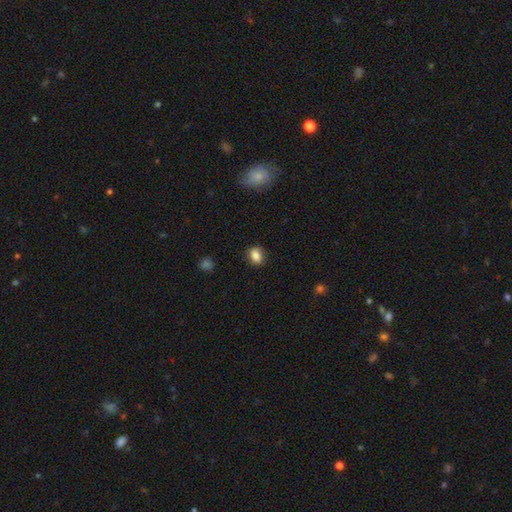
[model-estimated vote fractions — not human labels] Overall: smooth (84%). How rounded: in between (61%; round 38%). Merging: none (81%).